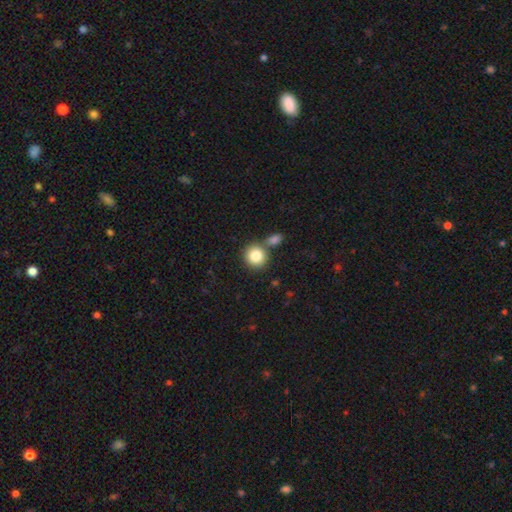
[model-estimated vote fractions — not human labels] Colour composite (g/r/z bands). It shows a smooth galaxy with no disk features (84%) that is round (89%). Merging: none (64%).